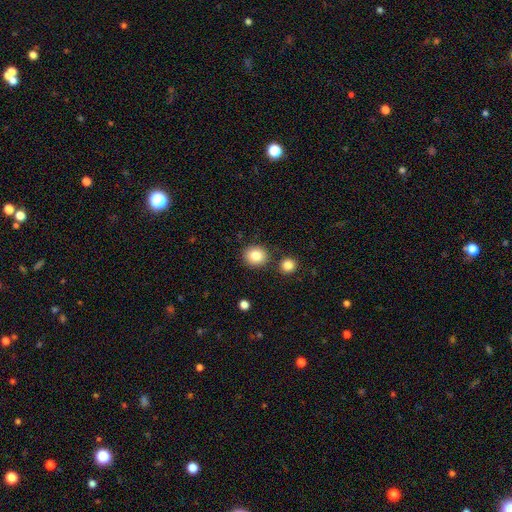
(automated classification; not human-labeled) This appears to be a smooth galaxy with no disk features (83%) that is round (83%). Merging: none (83%).